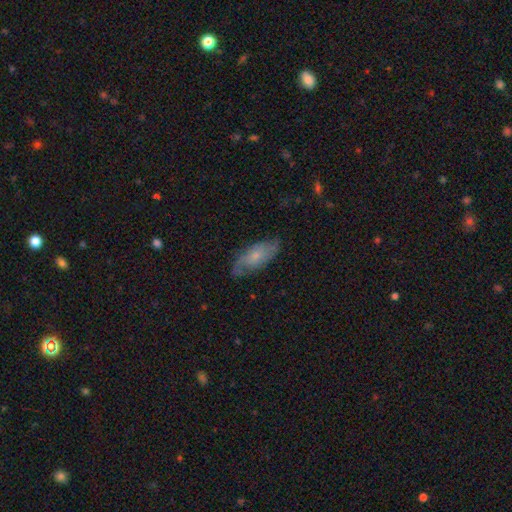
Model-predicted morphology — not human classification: Q: Smooth or featured?
A: featured or disk (48%); runner-up: smooth (46%)
Q: Merging?
A: none (70%); runner-up: minor disturbance (22%)